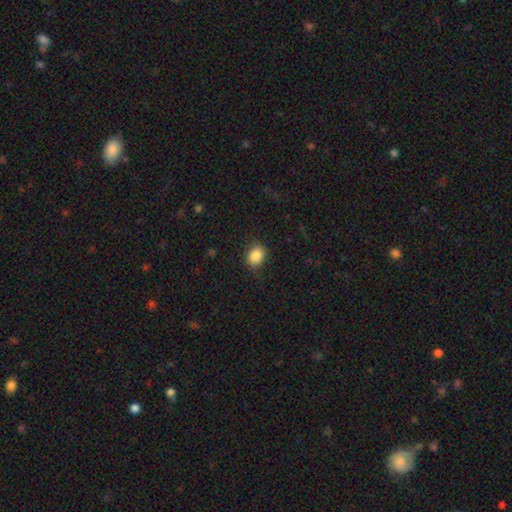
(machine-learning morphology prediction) smooth-or-featured: smooth: 87% | star or artifact: 9% | featured or disk: 4%
  how-rounded: in between: 55% | round: 44% | cigar-shaped: 1%
  merging: none: 83% | minor disturbance: 13% | major disturbance: 3% | merger: 1%